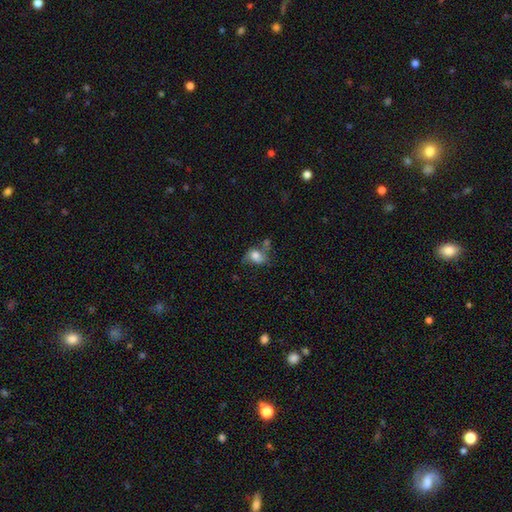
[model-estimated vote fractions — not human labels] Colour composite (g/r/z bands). It shows a smooth galaxy with no disk features (64%) that is in between round and cigar-shaped (68%). Merging: none (35%).